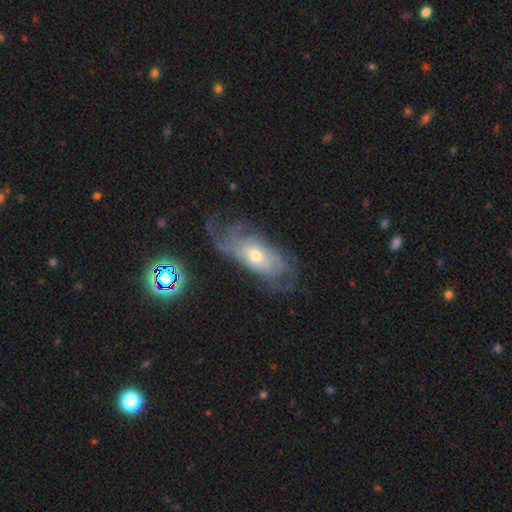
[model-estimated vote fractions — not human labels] Smooth or featured?
  - featured or disk: 76% *
  - smooth: 15%
  - star or artifact: 9%
Edge-on disk?
  - no: 91% *
  - yes: 9%
Bar?
  - no: 72% *
  - weak: 23%
  - strong: 5%
Spiral arms?
  - yes: 88% *
  - no: 12%
Spiral winding?
  - tight: 47% *
  - medium: 35%
  - loose: 18%
Spiral arm count?
  - can't tell: 50% *
  - 2: 16%
  - 3: 14%
  - 4: 10%
  - more than 4: 6%
  - 1: 5%
Bulge size?
  - moderate: 57% *
  - small: 36%
  - large: 4%
  - none: 1%
  - dominant: 1%
Merging?
  - none: 55% *
  - minor disturbance: 22%
  - major disturbance: 20%
  - merger: 2%